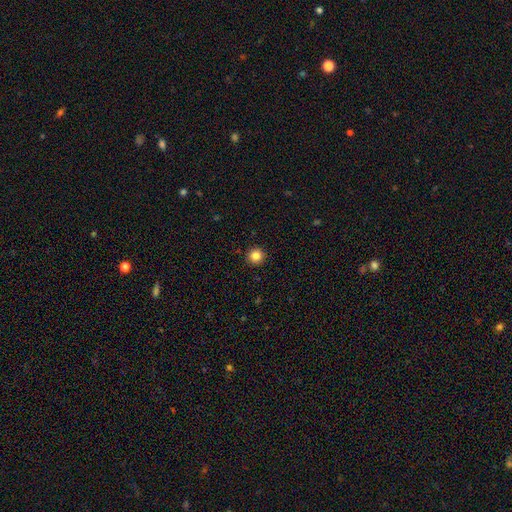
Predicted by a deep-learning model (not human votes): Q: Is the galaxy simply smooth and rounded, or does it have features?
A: smooth — 85%.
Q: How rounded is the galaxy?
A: round — 96%.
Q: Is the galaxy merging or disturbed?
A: none — 93%.